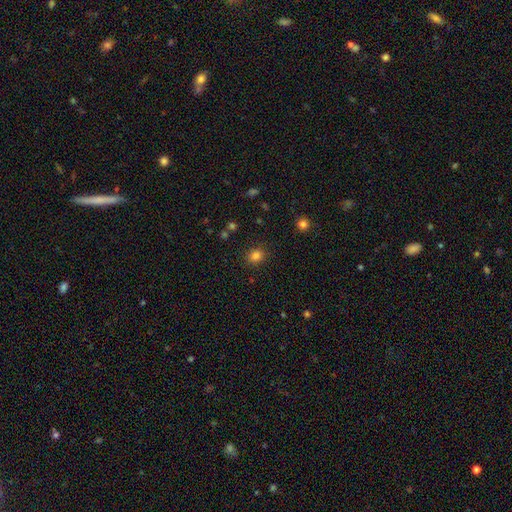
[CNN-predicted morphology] This appears to be a smooth galaxy with no disk features (83%) that is round (61%). Merging: none (87%).